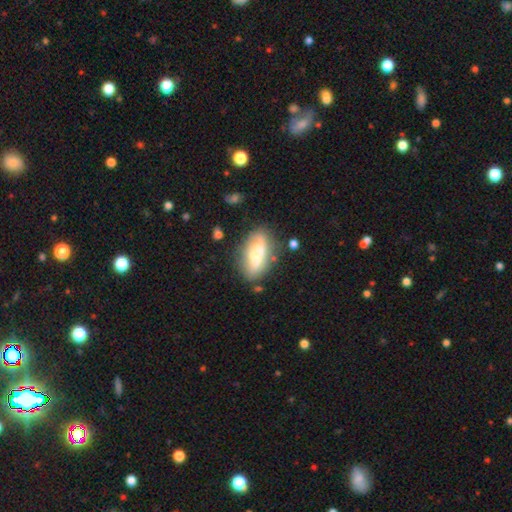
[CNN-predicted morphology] This is possibly a smooth galaxy (57%). How rounded: clearly in between (82%). Merging: likely none (66%).